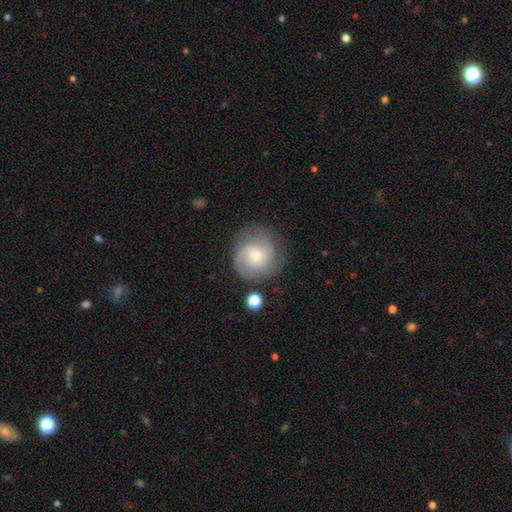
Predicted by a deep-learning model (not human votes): The model was most divided on "spiral arm count": 3: 29%, can't tell: 27%, 2: 26%, 4: 8%, 1: 6%, more than 4: 4%. Remaining: edge-on disk — no (98%); spiral arms — yes (90%); bar — no (72%); merging — none (71%); smooth or featured — featured or disk (61%); bulge size — small (58%); spiral winding — tight (44%).